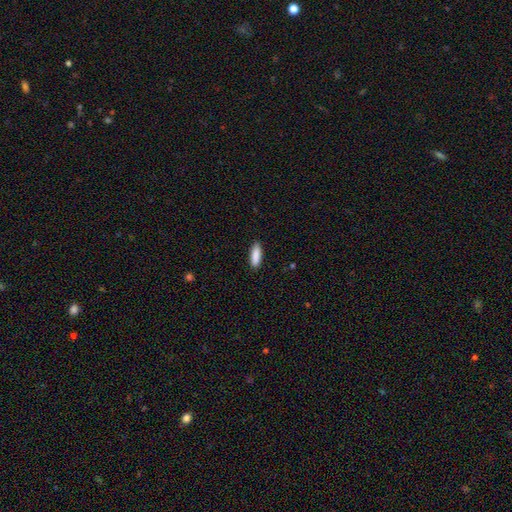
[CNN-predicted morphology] type=smooth (89%); roundness=cigar-shaped (51%); merging=none (89%).